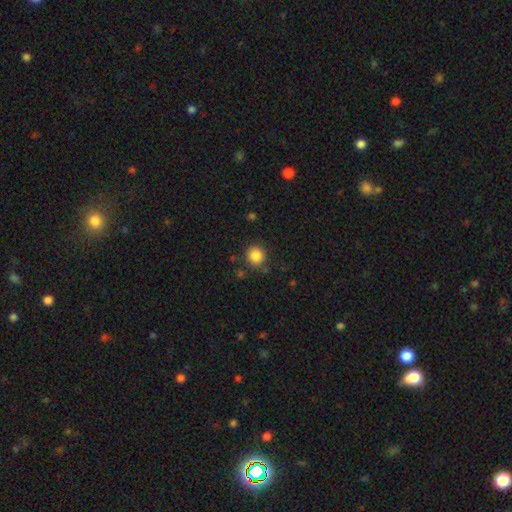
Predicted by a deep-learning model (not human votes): This appears to be a smooth galaxy with no disk features (85%) that is round (91%). Merging: none (85%).